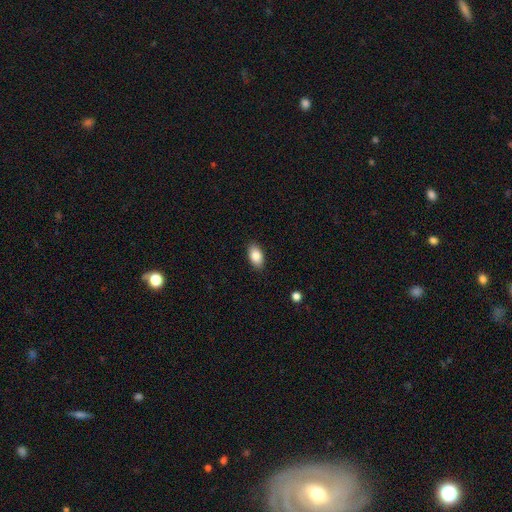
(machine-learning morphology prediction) Q: Smooth or featured?
A: smooth (85%); runner-up: featured or disk (7%)
Q: How rounded?
A: in between (93%); runner-up: round (5%)
Q: Merging?
A: none (88%); runner-up: minor disturbance (9%)